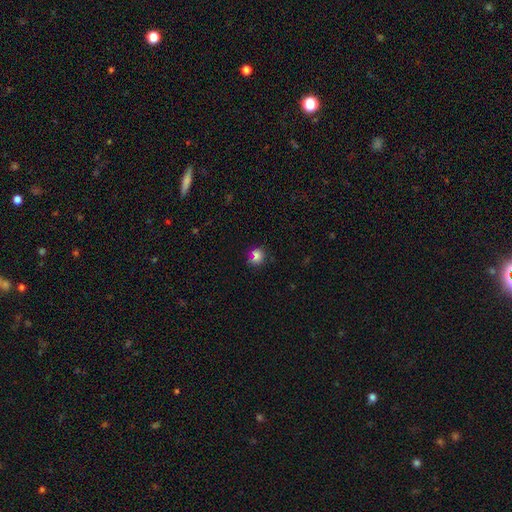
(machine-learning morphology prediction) smooth 75%, star or artifact 16%, featured or disk 9%. Down the decision tree: how rounded — round (84%); merging — none (72%).